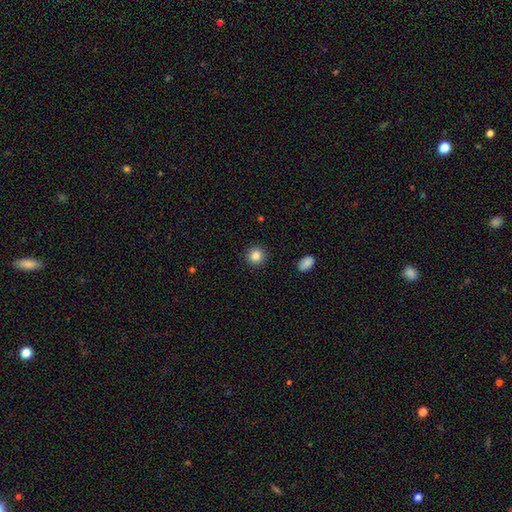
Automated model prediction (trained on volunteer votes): Smooth or featured?
  - smooth: 85% *
  - star or artifact: 10%
  - featured or disk: 5%
How rounded?
  - round: 94% *
  - in between: 5%
  - cigar-shaped: 1%
Merging?
  - none: 92% *
  - minor disturbance: 5%
  - major disturbance: 2%
  - merger: 1%